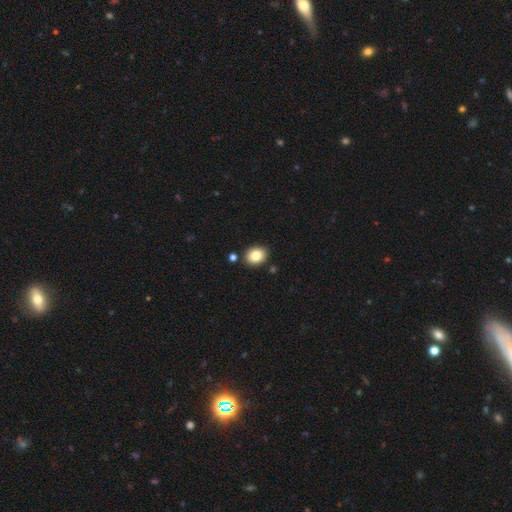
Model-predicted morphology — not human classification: smooth-or-featured: smooth: 84% | star or artifact: 9% | featured or disk: 7%
  how-rounded: in between: 53% | round: 46% | cigar-shaped: 1%
  merging: none: 86% | minor disturbance: 8% | merger: 4% | major disturbance: 2%